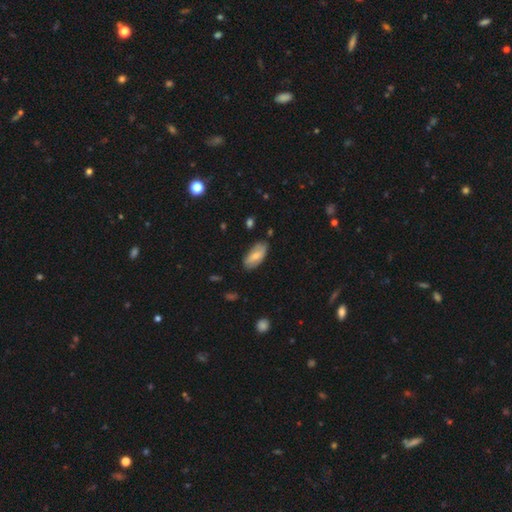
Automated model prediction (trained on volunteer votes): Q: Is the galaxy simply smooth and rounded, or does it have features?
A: smooth — 65%.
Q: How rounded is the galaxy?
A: in between — 90%.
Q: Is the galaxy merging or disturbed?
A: none — 75%.